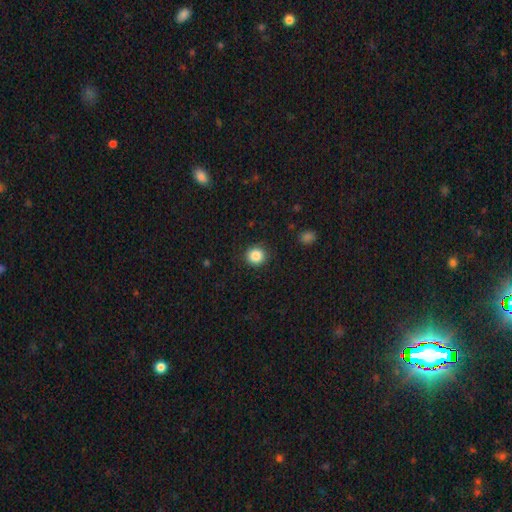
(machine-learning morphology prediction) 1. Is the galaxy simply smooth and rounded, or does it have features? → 86% smooth, 10% star or artifact, 4% featured or disk.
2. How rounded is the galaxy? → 86% round, 13% in between, 1% cigar-shaped.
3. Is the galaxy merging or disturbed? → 90% none, 7% minor disturbance, 2% major disturbance, 1% merger.